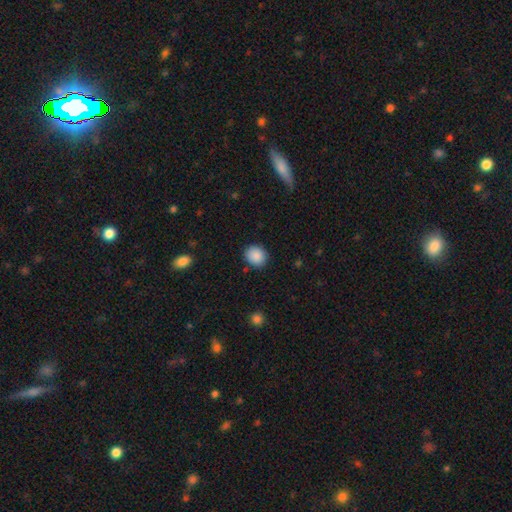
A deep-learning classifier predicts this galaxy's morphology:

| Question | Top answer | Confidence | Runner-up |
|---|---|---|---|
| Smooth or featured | smooth | 88% | star or artifact (8%) |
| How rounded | round | 71% | in between (29%) |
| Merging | none | 87% | minor disturbance (9%) |